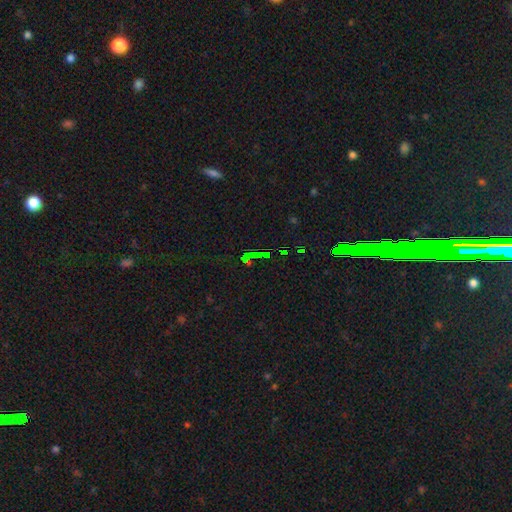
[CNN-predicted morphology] The model was most divided on "smooth or featured": star or artifact: 70%, smooth: 16%, featured or disk: 13%.